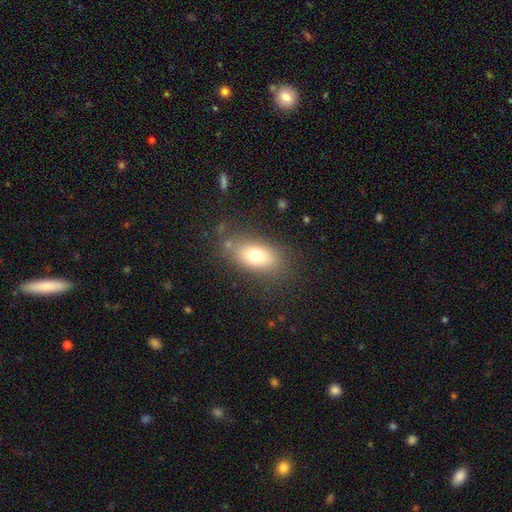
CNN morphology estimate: smooth-or-featured: smooth: 75% | featured or disk: 15% | star or artifact: 9%
  how-rounded: in between: 87% | round: 9% | cigar-shaped: 5%
  merging: none: 76% | minor disturbance: 15% | major disturbance: 6% | merger: 3%